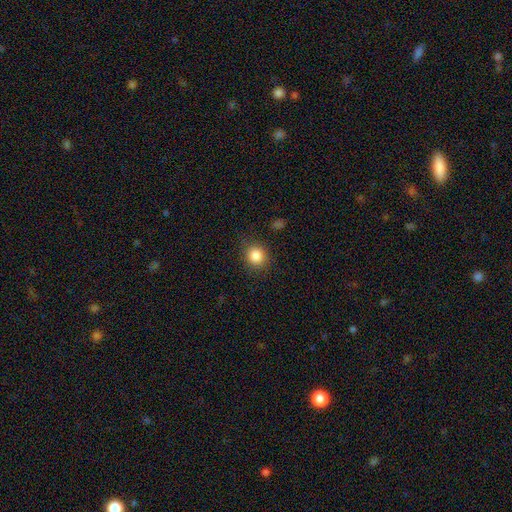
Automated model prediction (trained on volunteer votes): smooth 85%, star or artifact 10%, featured or disk 5%. Down the decision tree: how rounded — round (86%); merging — none (86%).